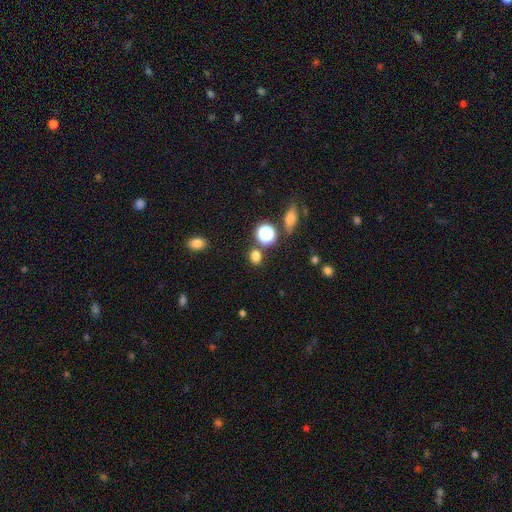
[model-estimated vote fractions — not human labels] Smooth or featured? Predicted: smooth (p=0.73). How rounded? Predicted: round (p=0.61). Merging? Predicted: none (p=0.77).